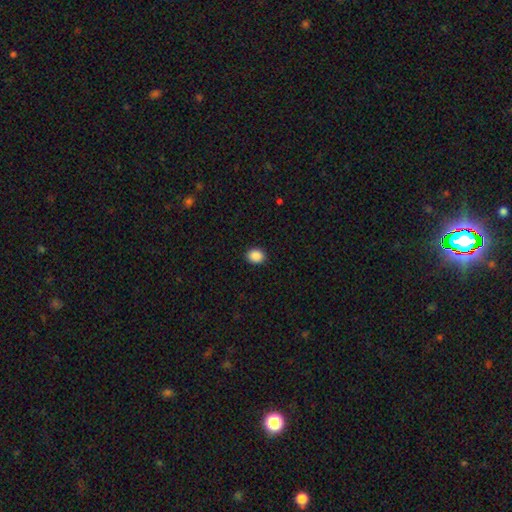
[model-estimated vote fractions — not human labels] smooth_or_featured: smooth (p=0.89) [alt: star or artifact p=0.08]
how_rounded: round (p=0.51) [alt: in between p=0.48]
merging: none (p=0.90) [alt: minor disturbance p=0.07]